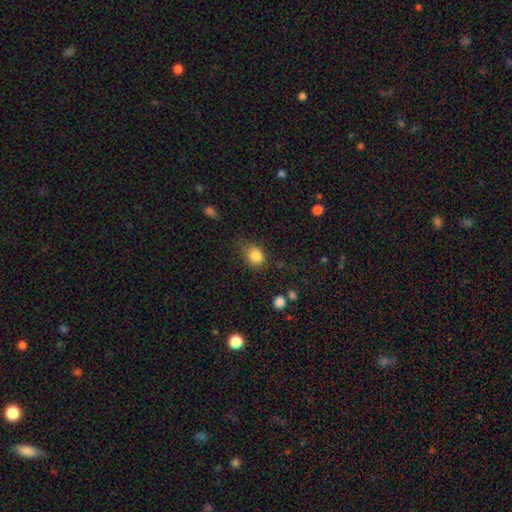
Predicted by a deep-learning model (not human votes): Q: Smooth or featured?
A: smooth (84%); runner-up: star or artifact (10%)
Q: How rounded?
A: round (56%); runner-up: in between (42%)
Q: Merging?
A: none (59%); runner-up: minor disturbance (29%)